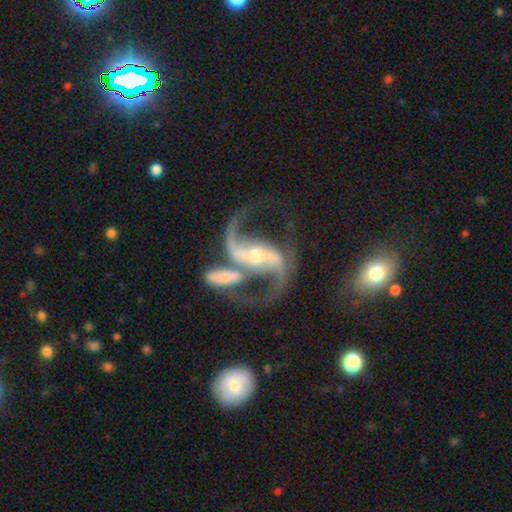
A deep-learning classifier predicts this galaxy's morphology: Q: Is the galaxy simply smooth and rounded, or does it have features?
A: featured or disk — 92%.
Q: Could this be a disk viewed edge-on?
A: no — 97%.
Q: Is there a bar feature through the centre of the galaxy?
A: strong — 50%.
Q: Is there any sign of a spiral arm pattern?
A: yes — 98%.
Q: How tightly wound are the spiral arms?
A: loose — 56%.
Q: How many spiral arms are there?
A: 2 — 93%.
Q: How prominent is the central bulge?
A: moderate — 47%.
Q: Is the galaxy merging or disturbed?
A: none — 48%.